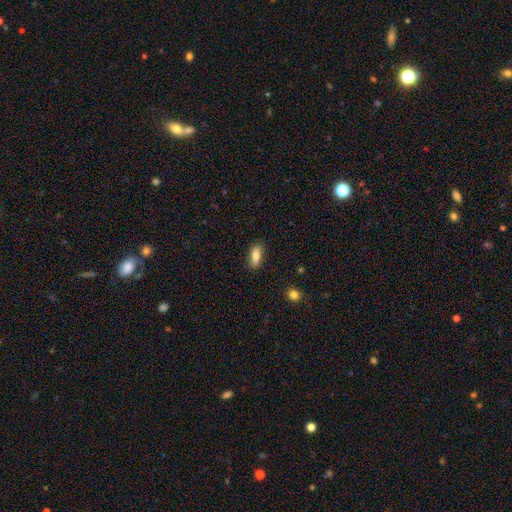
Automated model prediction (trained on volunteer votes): Smooth or featured?
  - smooth: 79% *
  - featured or disk: 14%
  - star or artifact: 7%
How rounded?
  - in between: 75% *
  - cigar-shaped: 21%
  - round: 3%
Merging?
  - none: 83% *
  - minor disturbance: 13%
  - major disturbance: 3%
  - merger: 1%